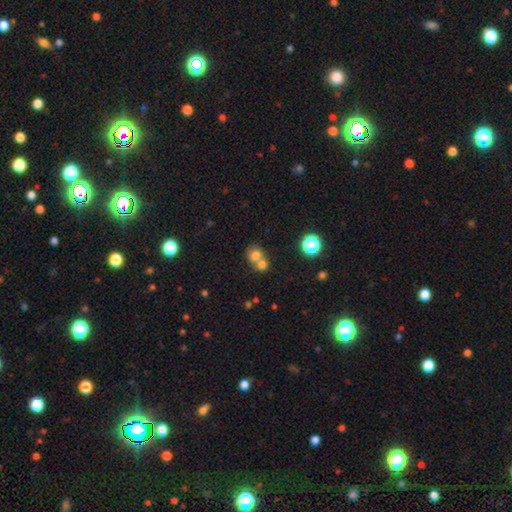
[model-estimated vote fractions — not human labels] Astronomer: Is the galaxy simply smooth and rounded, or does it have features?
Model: smooth — 73%.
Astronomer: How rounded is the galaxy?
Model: round — 72%.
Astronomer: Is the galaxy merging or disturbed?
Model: merger — 59%.